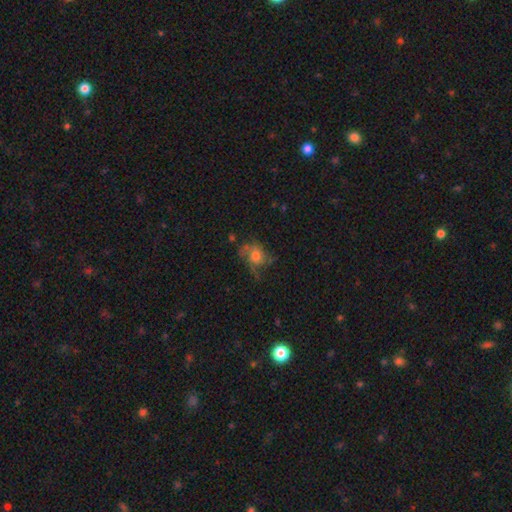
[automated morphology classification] A featured or disk galaxy (50%).

Vote fractions:
- Smooth or featured? featured or disk: 50% / smooth: 38% / star or artifact: 12%
- Merging? none: 48% / major disturbance: 26% / minor disturbance: 23% / merger: 3%